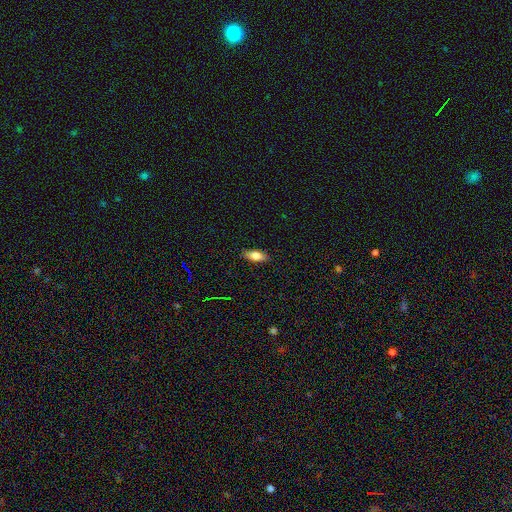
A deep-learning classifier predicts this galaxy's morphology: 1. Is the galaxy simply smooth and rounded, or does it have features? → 79% smooth, 13% featured or disk, 8% star or artifact.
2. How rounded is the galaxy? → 82% in between, 15% cigar-shaped, 3% round.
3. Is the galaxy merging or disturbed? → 87% none, 10% minor disturbance, 2% major disturbance, 1% merger.